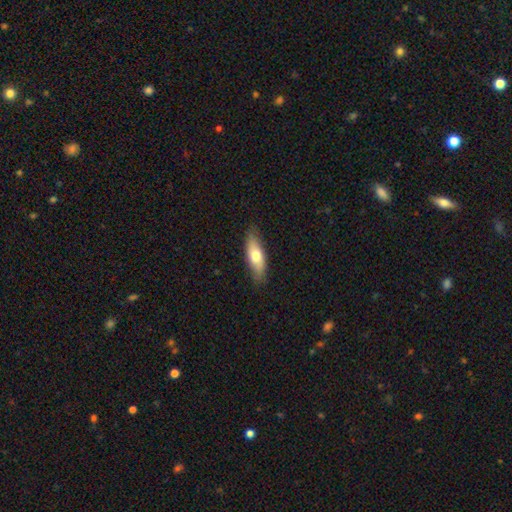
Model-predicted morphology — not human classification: This appears to be a smooth galaxy with no disk features (65%) that is in between round and cigar-shaped (61%). Merging: none (82%).